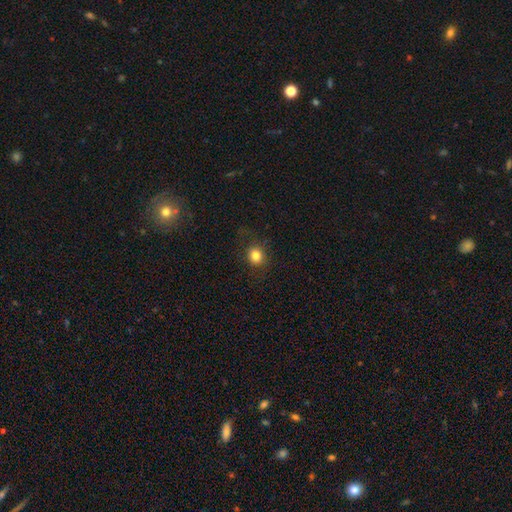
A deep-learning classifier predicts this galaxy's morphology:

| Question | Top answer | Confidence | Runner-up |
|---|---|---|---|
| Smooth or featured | smooth | 82% | star or artifact (12%) |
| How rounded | round | 79% | in between (20%) |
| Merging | none | 85% | minor disturbance (10%) |